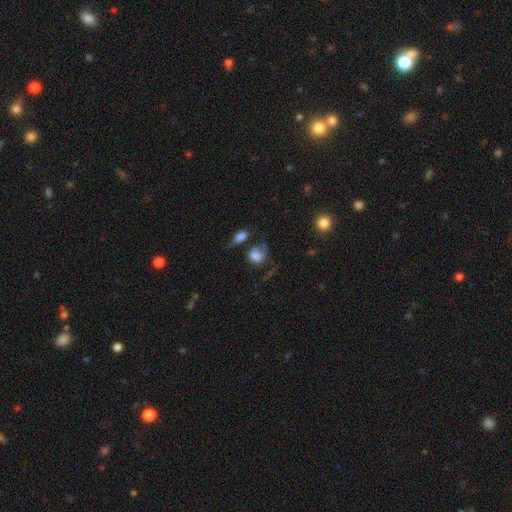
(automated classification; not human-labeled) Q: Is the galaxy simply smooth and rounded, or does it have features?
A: smooth — 66%.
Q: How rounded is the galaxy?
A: in between — 54%.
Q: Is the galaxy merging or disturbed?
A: none — 28%, tied with major disturbance.